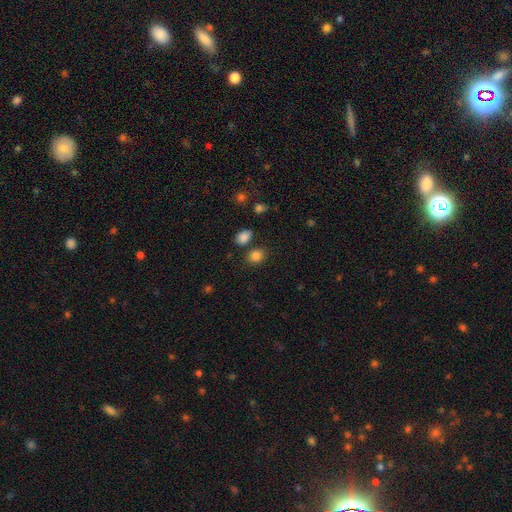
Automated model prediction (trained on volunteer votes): smooth_or_featured: smooth (p=0.85) [alt: star or artifact p=0.11]
how_rounded: round (p=0.56) [alt: in between p=0.43]
merging: none (p=0.76) [alt: minor disturbance p=0.11]